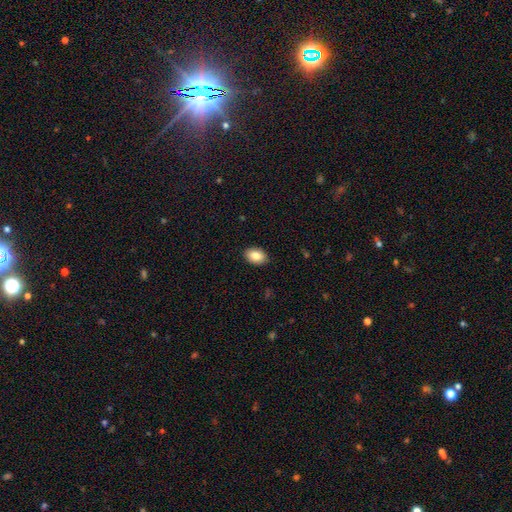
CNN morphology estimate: smooth_or_featured: smooth (p=0.84) [alt: featured or disk p=0.09]
how_rounded: in between (p=0.83) [alt: round p=0.16]
merging: none (p=0.90) [alt: minor disturbance p=0.08]